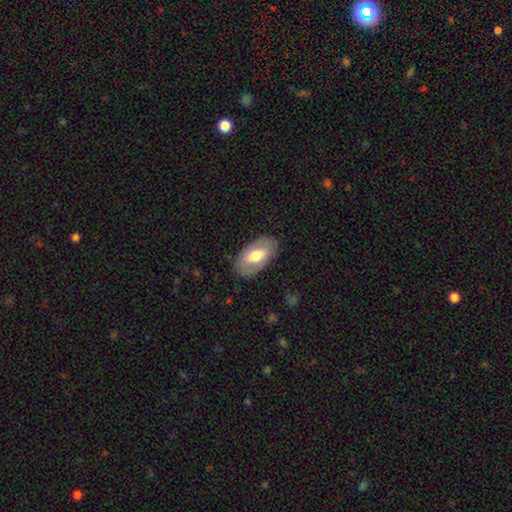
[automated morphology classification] This appears to be a smooth galaxy with no disk features (57%) that is in between round and cigar-shaped (94%). Merging: none (83%).